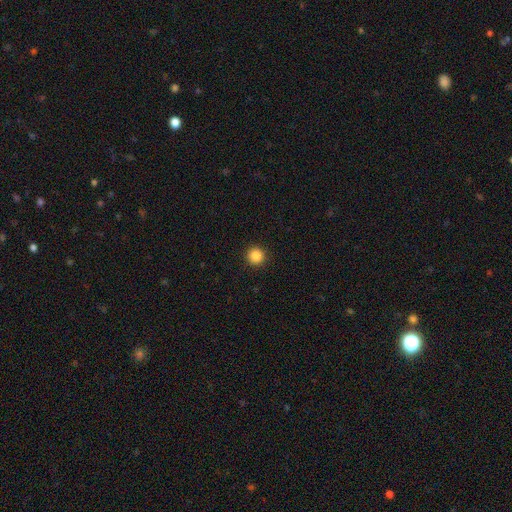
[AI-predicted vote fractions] This appears to be a smooth galaxy with no disk features (86%) that is round (96%). Merging: none (93%).